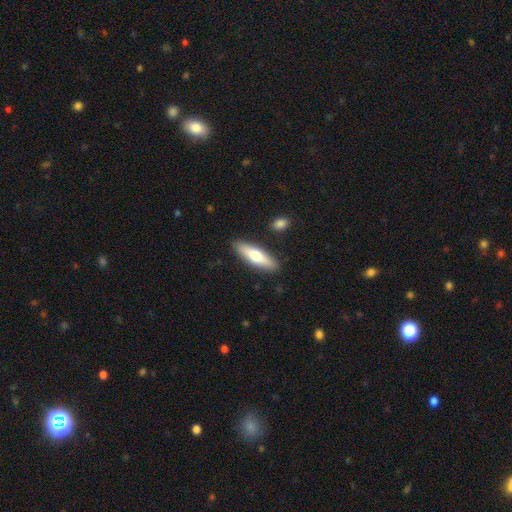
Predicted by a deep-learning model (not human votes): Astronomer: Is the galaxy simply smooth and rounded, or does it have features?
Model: smooth — 65%.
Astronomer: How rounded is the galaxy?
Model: cigar-shaped — 59% (runner-up: in between, 39%).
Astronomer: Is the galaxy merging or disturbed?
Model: none — 88%.